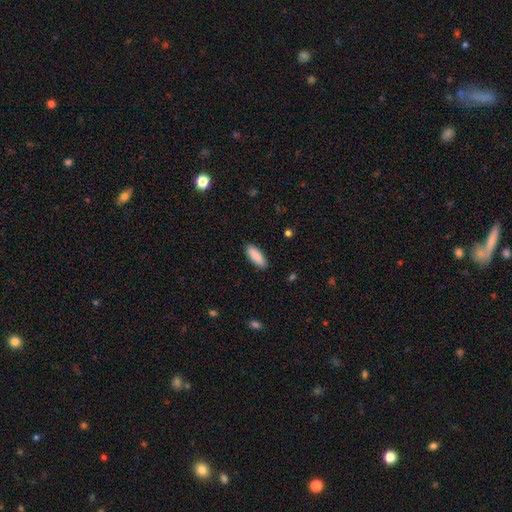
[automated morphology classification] Smooth or featured? Predicted: smooth (p=0.88). How rounded? Predicted: in between (p=0.70). Merging? Predicted: none (p=0.88).